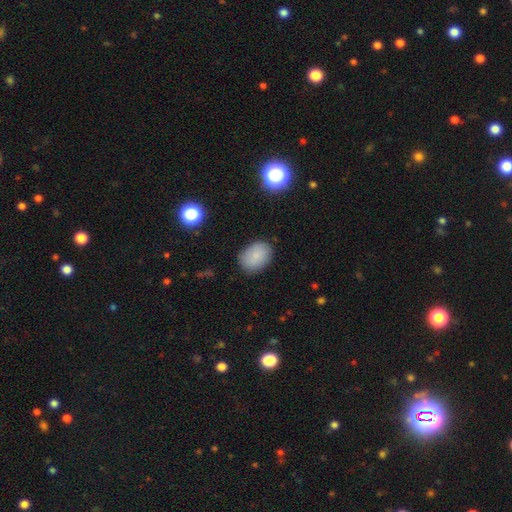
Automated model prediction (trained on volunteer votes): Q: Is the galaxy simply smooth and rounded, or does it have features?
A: smooth — 84%.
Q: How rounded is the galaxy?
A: in between — 66%.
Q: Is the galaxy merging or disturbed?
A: none — 82%.